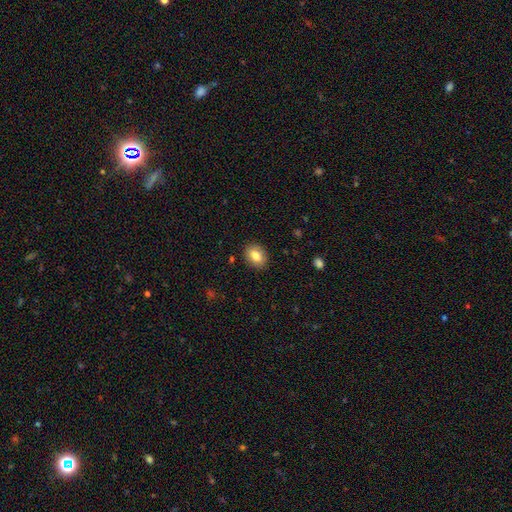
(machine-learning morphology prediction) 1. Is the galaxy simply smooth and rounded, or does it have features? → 83% smooth, 9% featured or disk, 8% star or artifact.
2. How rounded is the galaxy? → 70% in between, 29% round, 1% cigar-shaped.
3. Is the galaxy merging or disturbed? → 88% none, 9% minor disturbance, 2% major disturbance, 1% merger.